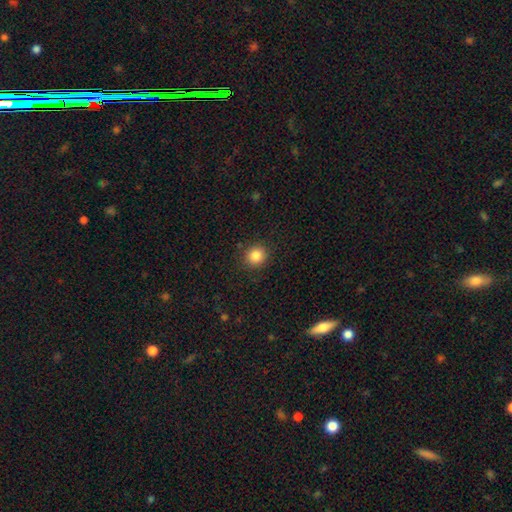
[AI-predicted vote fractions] smooth-or-featured: smooth: 85% | star or artifact: 11% | featured or disk: 5%
  how-rounded: round: 88% | in between: 11% | cigar-shaped: 1%
  merging: none: 89% | minor disturbance: 7% | major disturbance: 3% | merger: 1%